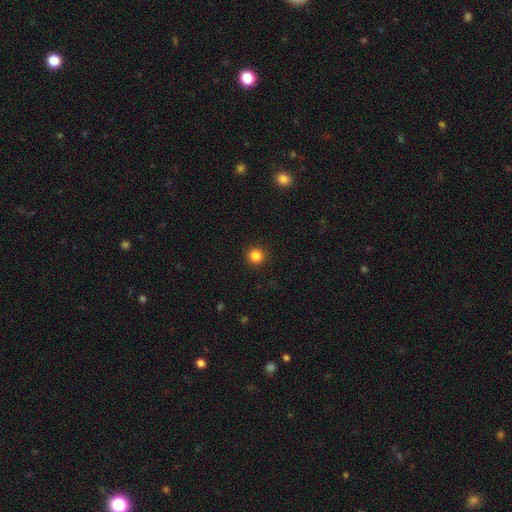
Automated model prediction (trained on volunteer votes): A smooth galaxy with no disk features (84%) that is round (95%).

Vote fractions:
- Smooth or featured? smooth: 84% / star or artifact: 12% / featured or disk: 4%
- How rounded? round: 95% / in between: 4% / cigar-shaped: 1%
- Merging? none: 92% / minor disturbance: 5% / major disturbance: 2% / merger: 1%